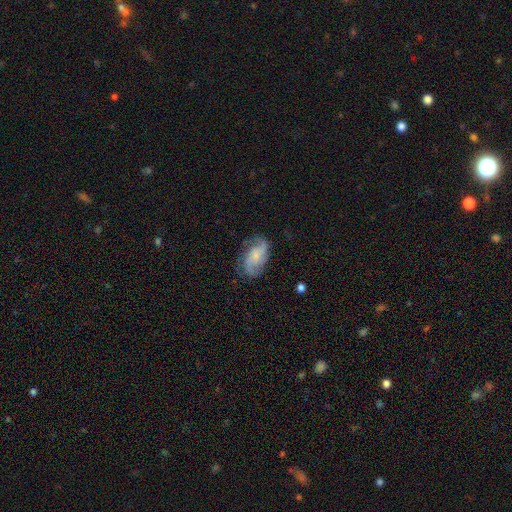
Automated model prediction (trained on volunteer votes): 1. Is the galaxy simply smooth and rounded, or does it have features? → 72% featured or disk, 21% smooth, 7% star or artifact.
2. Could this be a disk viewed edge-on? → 97% no, 3% yes.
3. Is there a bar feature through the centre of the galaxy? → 64% no, 30% weak, 6% strong.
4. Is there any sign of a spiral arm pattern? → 93% yes, 7% no.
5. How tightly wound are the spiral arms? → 45% medium, 29% loose, 26% tight.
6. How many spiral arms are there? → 59% 2, 17% can't tell, 13% 3, 5% 1, 3% 4, 3% more than 4.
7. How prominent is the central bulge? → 57% small, 25% moderate, 13% none, 4% large, 1% dominant.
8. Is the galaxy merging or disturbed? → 64% none, 22% minor disturbance, 12% major disturbance, 1% merger.